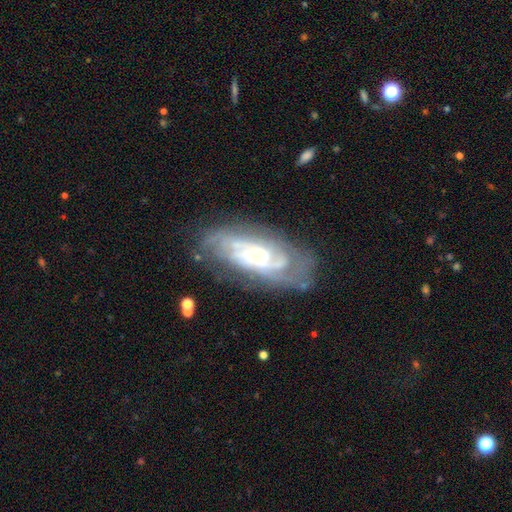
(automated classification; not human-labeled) Smooth or featured? featured or disk (85%)
Edge-on disk? no (92%)
Bar? no (68%)
Spiral arms? yes (94%)
Spiral winding? tight (66%)
Spiral arm count? can't tell (36%)
Bulge size? small (73%)
Merging? none (74%)